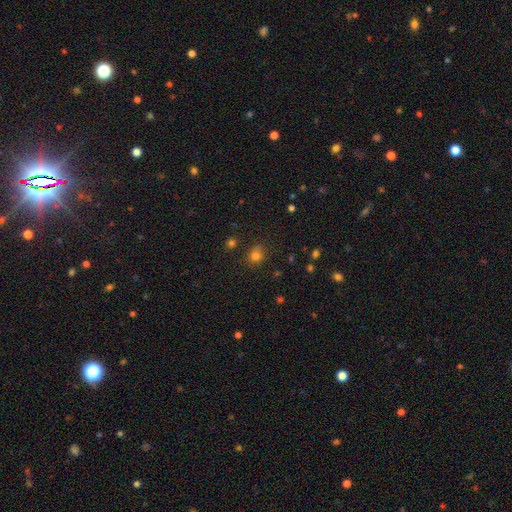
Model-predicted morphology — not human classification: smooth 78%, star or artifact 16%, featured or disk 6%. Down the decision tree: how rounded — round (71%); merging — none (78%).